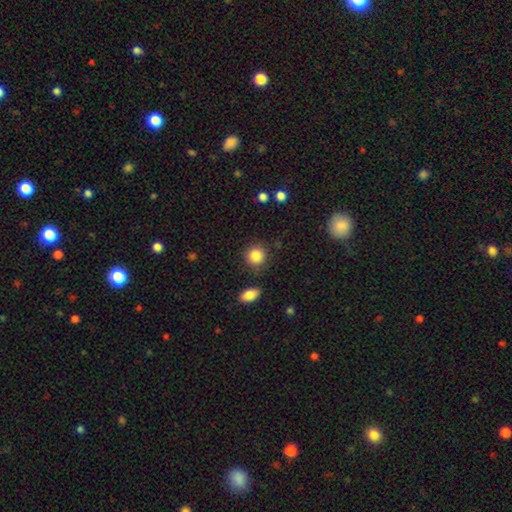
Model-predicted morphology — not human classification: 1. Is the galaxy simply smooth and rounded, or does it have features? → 87% smooth, 9% star or artifact, 4% featured or disk.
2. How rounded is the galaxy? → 88% round, 11% in between, 1% cigar-shaped.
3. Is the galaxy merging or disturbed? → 83% none, 10% minor disturbance, 4% merger, 3% major disturbance.